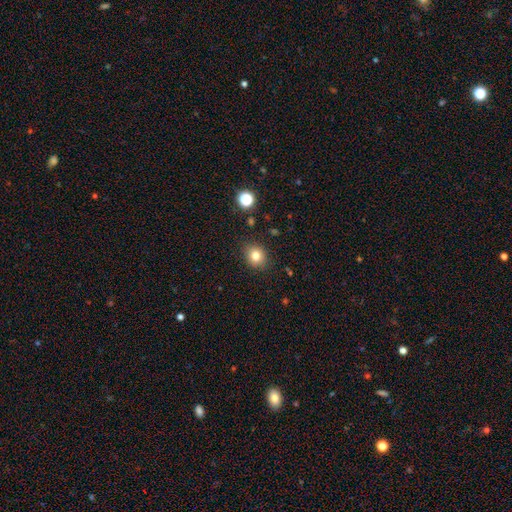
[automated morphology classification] smooth_or_featured: smooth (p=0.79) [alt: star or artifact p=0.13]
how_rounded: round (p=0.69) [alt: in between p=0.31]
merging: none (p=0.87) [alt: minor disturbance p=0.09]